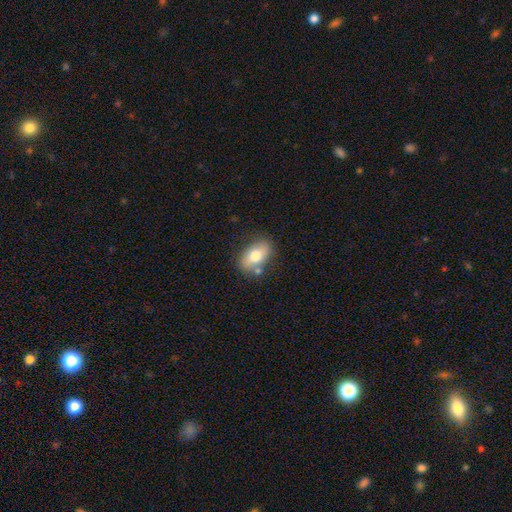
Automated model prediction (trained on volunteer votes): This appears to be a smooth galaxy with no disk features (71%) that is in between round and cigar-shaped (88%). Merging: none (72%).